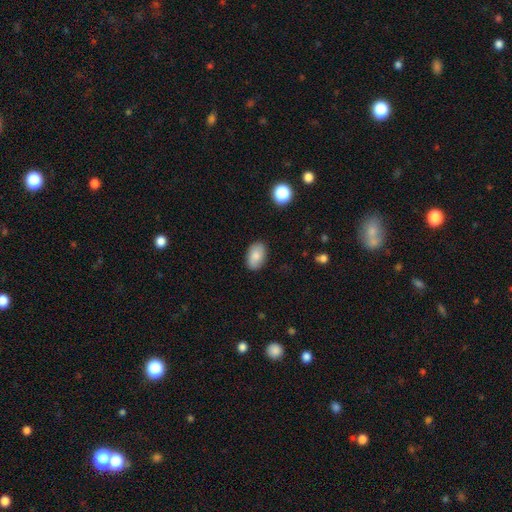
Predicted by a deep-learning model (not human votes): Smooth or featured: smooth — 84% (featured or disk — 9%)
How rounded: in between — 92% (round — 7%)
Merging: none — 87% (minor disturbance — 10%)